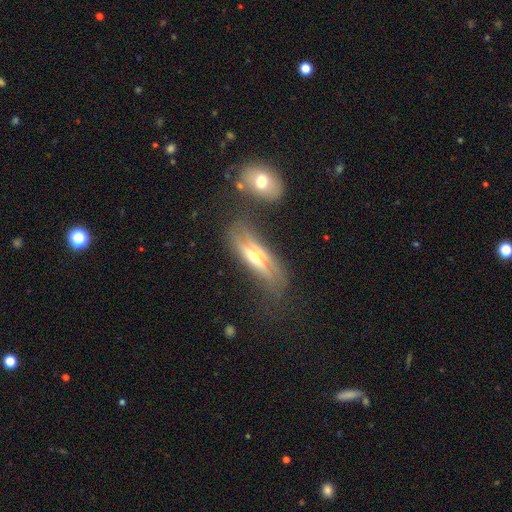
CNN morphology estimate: type=featured or disk (70%); edge-on=yes (72%); edge-on bulge=rounded (88%); merging=none (56%).